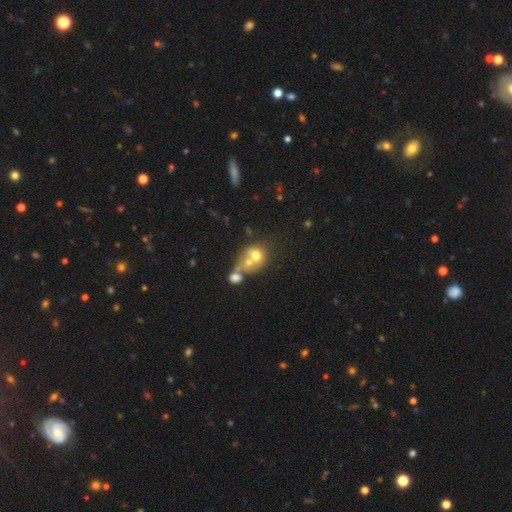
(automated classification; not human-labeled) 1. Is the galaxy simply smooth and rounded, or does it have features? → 62% smooth, 26% featured or disk, 12% star or artifact.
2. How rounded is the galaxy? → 65% round, 34% in between, 1% cigar-shaped.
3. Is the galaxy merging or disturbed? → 63% merger, 22% none, 8% minor disturbance, 8% major disturbance.